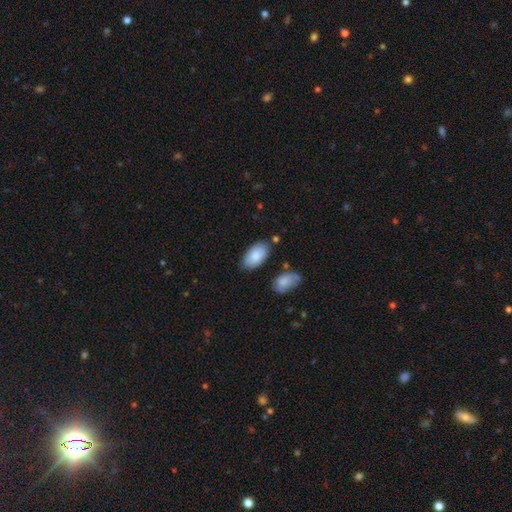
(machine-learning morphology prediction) type=smooth (85%); roundness=in between (95%); merging=none (79%).